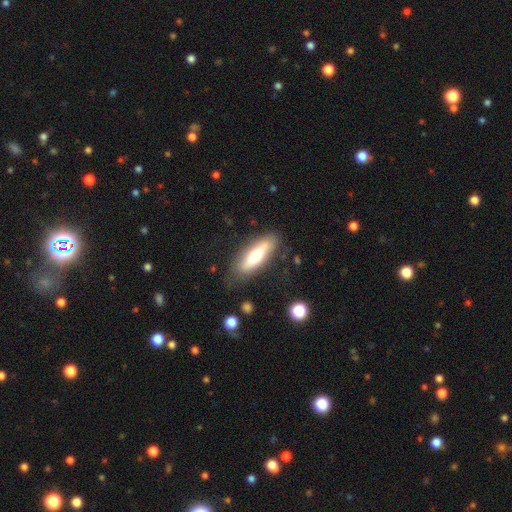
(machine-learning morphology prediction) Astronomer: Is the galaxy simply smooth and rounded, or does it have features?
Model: smooth — 70%.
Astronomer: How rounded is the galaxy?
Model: cigar-shaped — 52% (runner-up: in between, 46%).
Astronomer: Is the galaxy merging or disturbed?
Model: none — 77%.